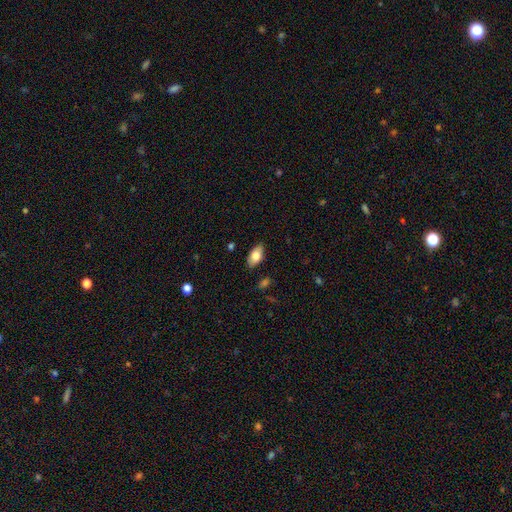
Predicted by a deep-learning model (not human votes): This appears to be a smooth galaxy with no disk features (79%) that is in between round and cigar-shaped (91%). Merging: none (84%).